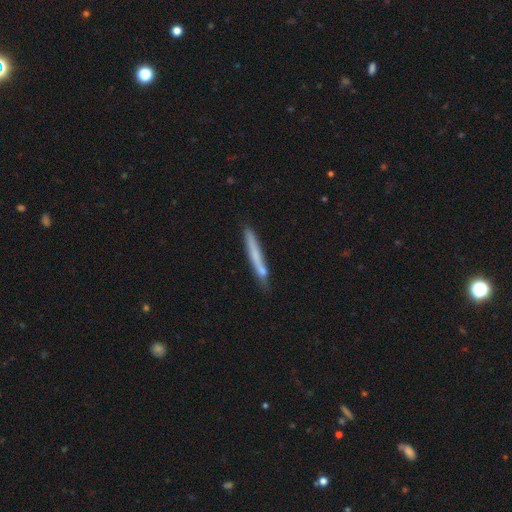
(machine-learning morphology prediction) smooth 60%, featured or disk 33%, star or artifact 6%. Down the decision tree: how rounded — cigar-shaped (96%); merging — none (79%).